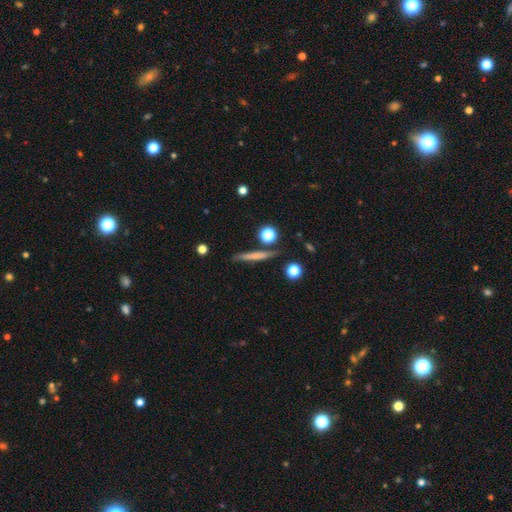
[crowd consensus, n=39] smooth-or-featured: smooth: 67% | featured or disk: 23% | star or artifact: 10%
  how-rounded: cigar-shaped: 96% | round: 4% | in between: 0%
  merging: none: 80% | minor disturbance: 11% | merger: 6% | major disturbance: 3%